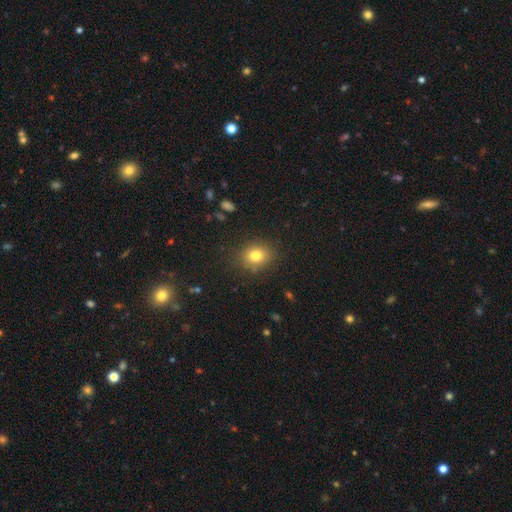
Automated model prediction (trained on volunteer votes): Morphology: type=smooth (79%); roundness=round (58%); merging=none (85%).